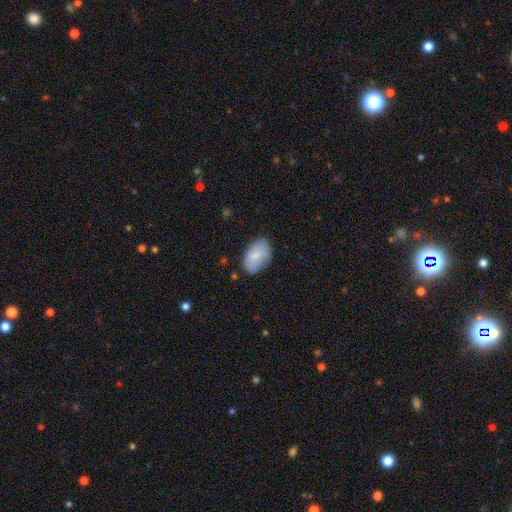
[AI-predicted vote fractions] Overall: smooth (83%). How rounded: in between (93%). Merging: none (78%).